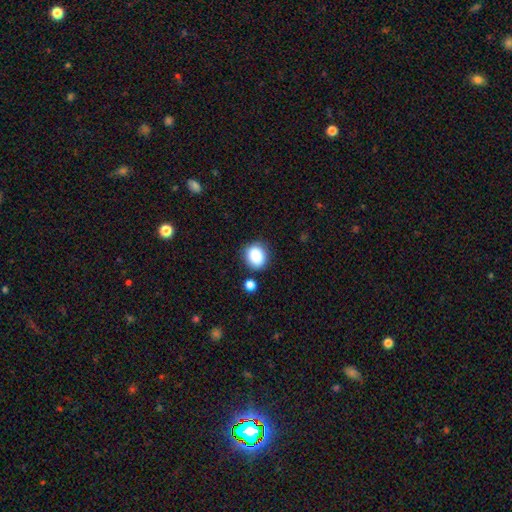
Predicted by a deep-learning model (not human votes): Morphology: type=smooth (87%); roundness=round (65%); merging=none (78%).